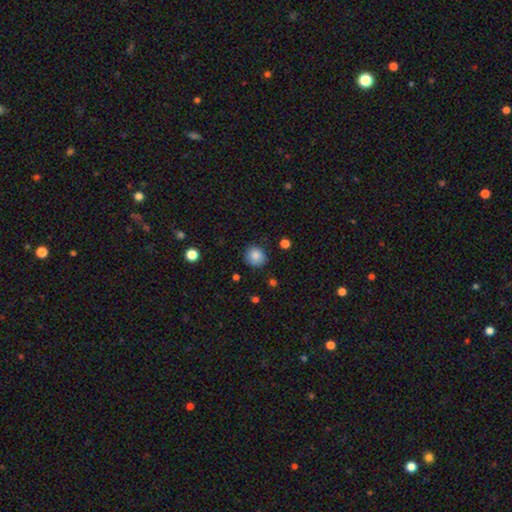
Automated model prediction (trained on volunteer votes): A smooth galaxy with no disk features (86%) that is round (87%). Merging: none (85%).